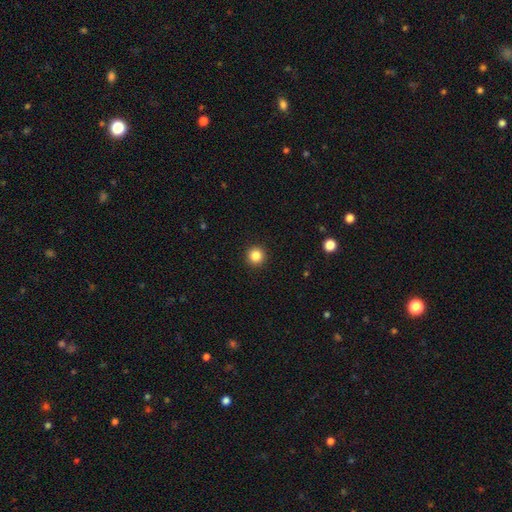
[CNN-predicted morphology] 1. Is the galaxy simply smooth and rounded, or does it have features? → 84% smooth, 11% star or artifact, 4% featured or disk.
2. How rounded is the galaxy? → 96% round, 3% in between, 1% cigar-shaped.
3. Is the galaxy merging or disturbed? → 93% none, 4% minor disturbance, 2% major disturbance, 1% merger.